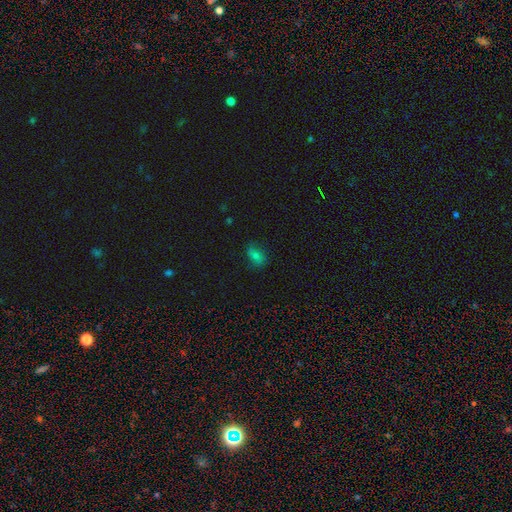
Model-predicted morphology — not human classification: Smooth or featured? Predicted: smooth (p=0.65). How rounded? Predicted: in between (p=0.80). Merging? Predicted: none (p=0.72).